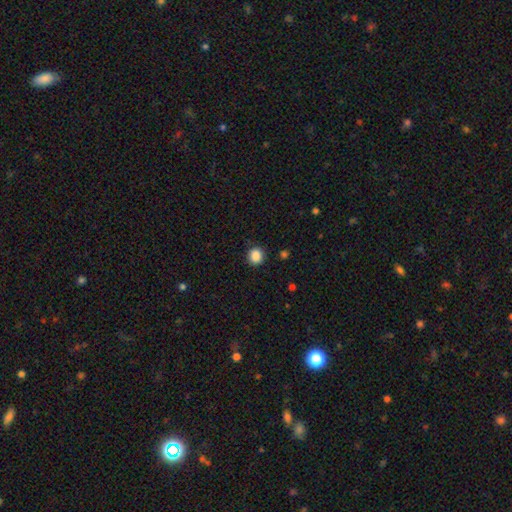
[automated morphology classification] smooth_or_featured: smooth (p=0.87) [alt: star or artifact p=0.10]
how_rounded: round (p=0.82) [alt: in between p=0.18]
merging: none (p=0.87) [alt: minor disturbance p=0.09]